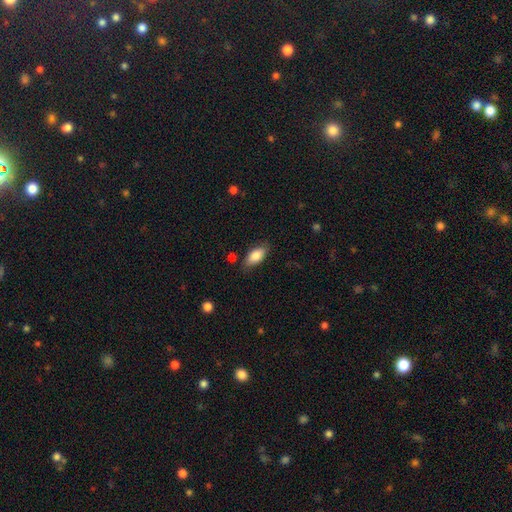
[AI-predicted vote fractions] smooth_or_featured: smooth (p=0.84) [alt: featured or disk p=0.10]
how_rounded: in between (p=0.87) [alt: cigar-shaped p=0.09]
merging: none (p=0.79) [alt: minor disturbance p=0.15]